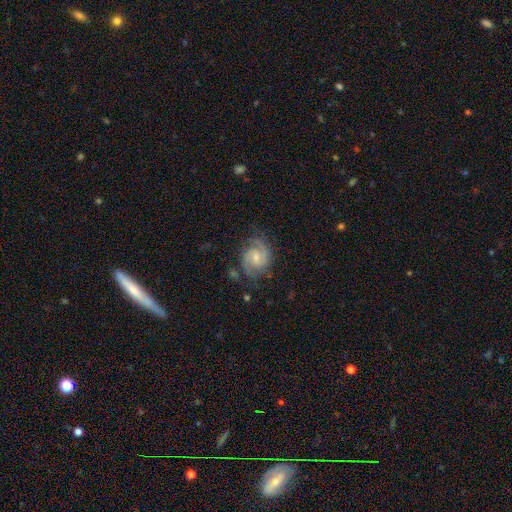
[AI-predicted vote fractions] Morphology: type=featured or disk (84%); edge-on=no (98%); bar=no (57%); spiral arms=yes (97%); winding=medium (45%, tied with tight); arm count=2 (84%); bulge=small (50%); merging=none (77%).